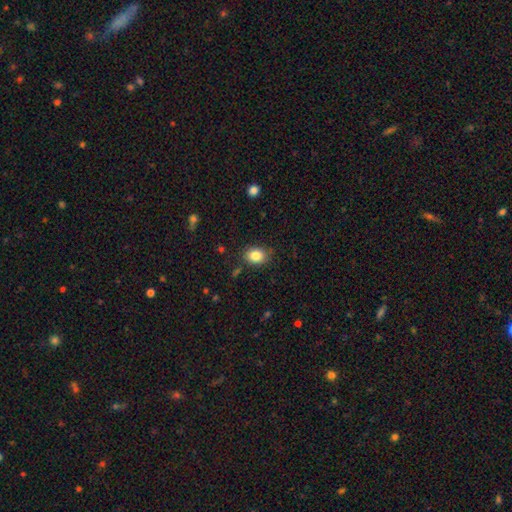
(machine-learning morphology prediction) A smooth galaxy with no disk features (85%) that is in between round and cigar-shaped (56%).

Vote fractions:
- Smooth or featured? smooth: 85% / star or artifact: 9% / featured or disk: 6%
- How rounded? in between: 56% / round: 43% / cigar-shaped: 1%
- Merging? none: 82% / minor disturbance: 12% / major disturbance: 3% / merger: 2%